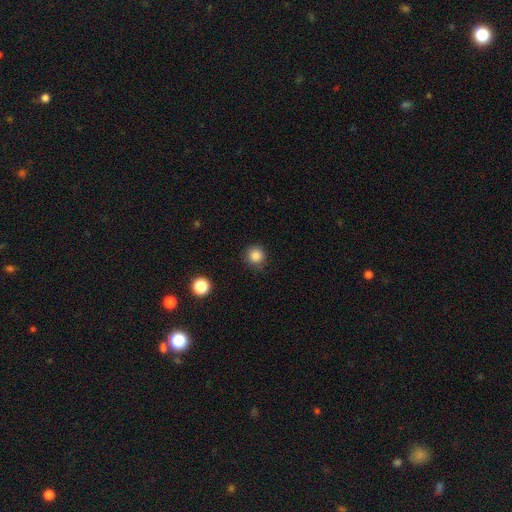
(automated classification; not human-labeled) Smooth or featured? Predicted: smooth (p=0.85). How rounded? Predicted: round (p=0.94). Merging? Predicted: none (p=0.85).